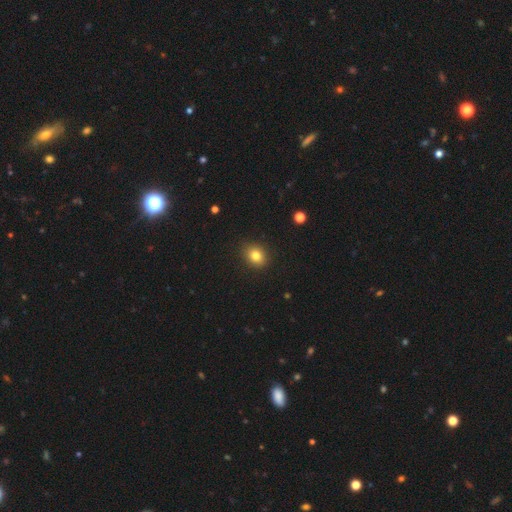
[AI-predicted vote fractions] This appears to be a smooth galaxy with no disk features (82%) that is round (62%). Merging: none (89%).